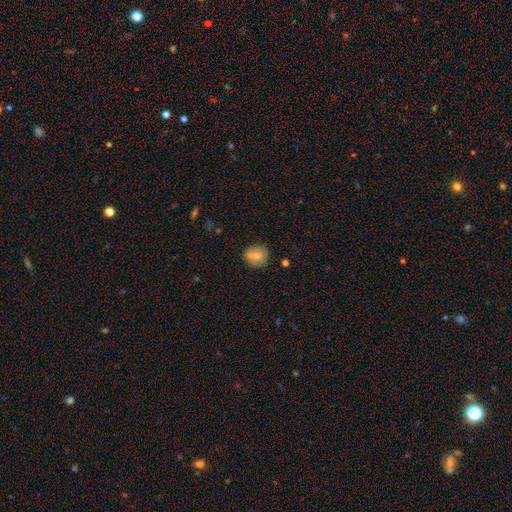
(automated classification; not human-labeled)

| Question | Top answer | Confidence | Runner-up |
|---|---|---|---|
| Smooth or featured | smooth | 74% | featured or disk (15%) |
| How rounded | round | 87% | in between (12%) |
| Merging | none | 71% | minor disturbance (14%) |